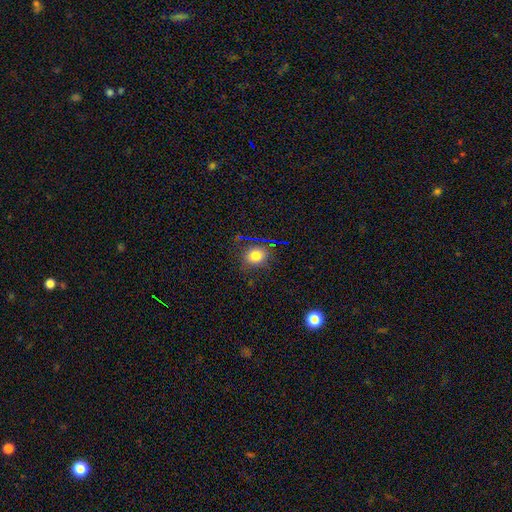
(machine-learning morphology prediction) Smooth or featured?
  - smooth: 75% *
  - star or artifact: 16%
  - featured or disk: 8%
How rounded?
  - round: 70% *
  - in between: 28%
  - cigar-shaped: 1%
Merging?
  - none: 82% *
  - minor disturbance: 12%
  - major disturbance: 4%
  - merger: 2%